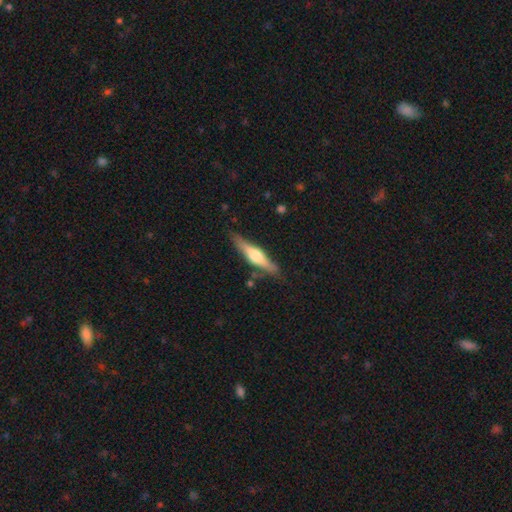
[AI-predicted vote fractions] Morphology: type=featured or disk (59%); edge-on=yes (95%); edge-on bulge=rounded (89%); merging=none (82%).